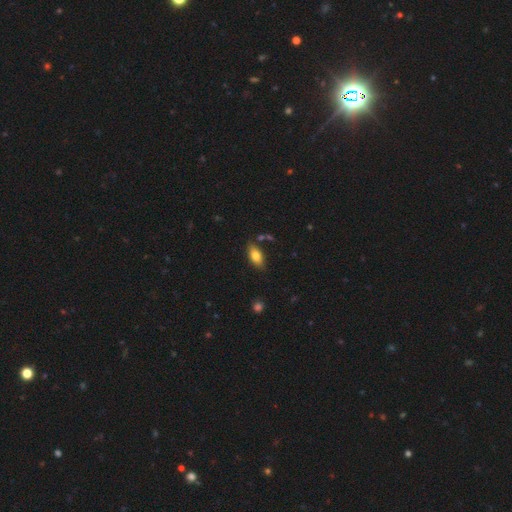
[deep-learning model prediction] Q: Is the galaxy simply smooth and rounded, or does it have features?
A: smooth — 79%.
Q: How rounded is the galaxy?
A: in between — 89%.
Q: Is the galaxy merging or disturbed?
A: none — 80%.